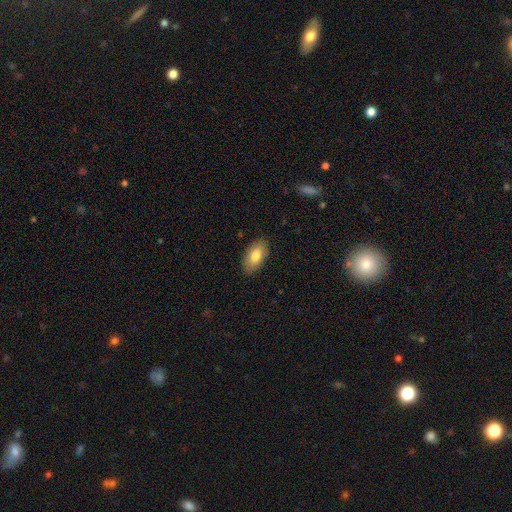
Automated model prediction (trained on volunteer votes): smooth 79%, featured or disk 14%, star or artifact 7%. Down the decision tree: how rounded — in between (93%); merging — none (87%).